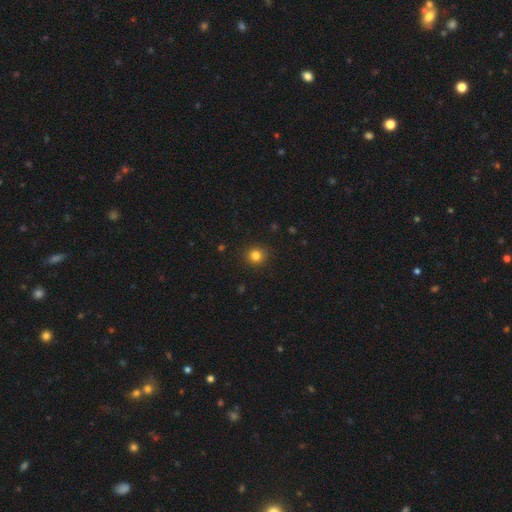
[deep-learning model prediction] A smooth galaxy with no disk features (82%) that is round (91%).

Vote fractions:
- Smooth or featured? smooth: 82% / star or artifact: 13% / featured or disk: 5%
- How rounded? round: 91% / in between: 8% / cigar-shaped: 1%
- Merging? none: 92% / minor disturbance: 5% / major disturbance: 2% / merger: 1%